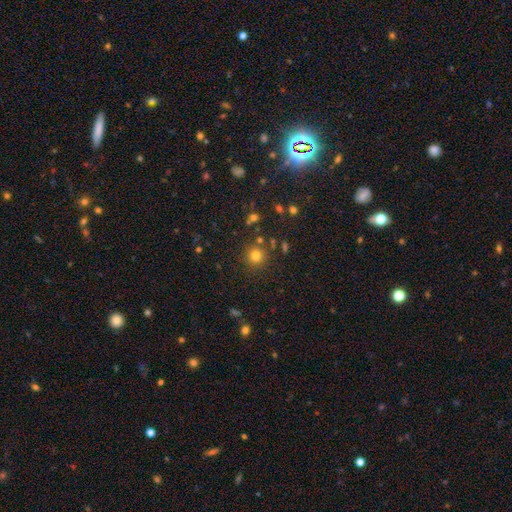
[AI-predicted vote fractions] Overall: smooth (77%). How rounded: round (93%). Merging: none (85%).